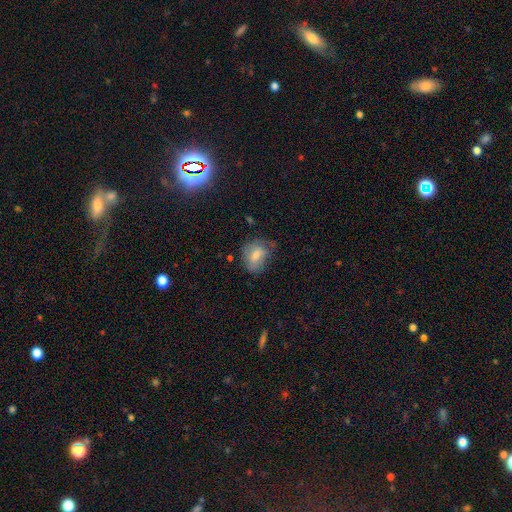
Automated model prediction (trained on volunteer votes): Q: Smooth or featured?
A: smooth (70%); runner-up: featured or disk (21%)
Q: How rounded?
A: in between (60%); runner-up: round (39%)
Q: Merging?
A: none (52%); runner-up: minor disturbance (32%)